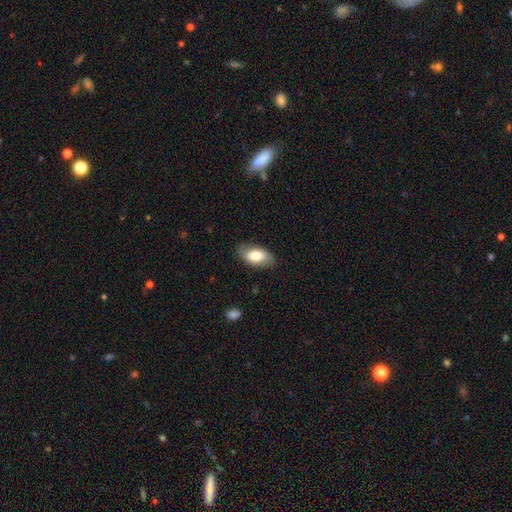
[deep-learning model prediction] smooth-or-featured: smooth: 70% | featured or disk: 23% | star or artifact: 6%
  how-rounded: in between: 92% | round: 5% | cigar-shaped: 3%
  merging: none: 79% | minor disturbance: 16% | major disturbance: 4% | merger: 1%